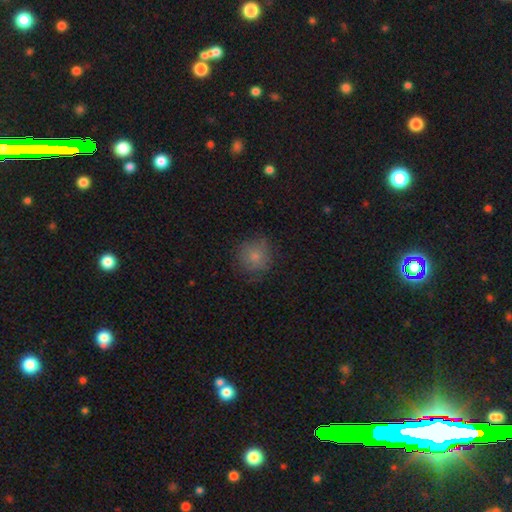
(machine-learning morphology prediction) This is likely a smooth galaxy (74%). How rounded: clearly round (91%). Merging: clearly none (80%).